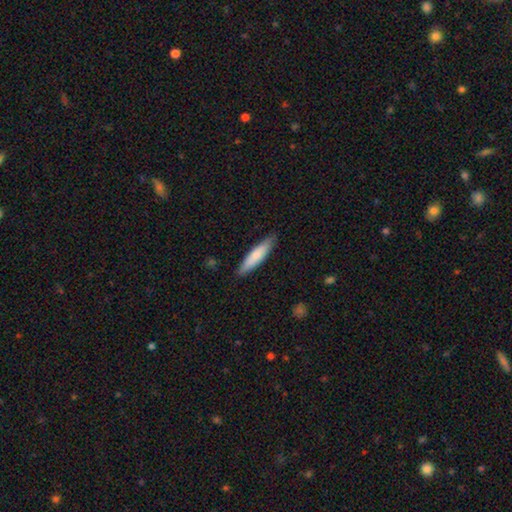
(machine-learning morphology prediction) This appears to be a smooth galaxy with no disk features (76%) that is cigar-shaped (77%). Merging: none (87%).